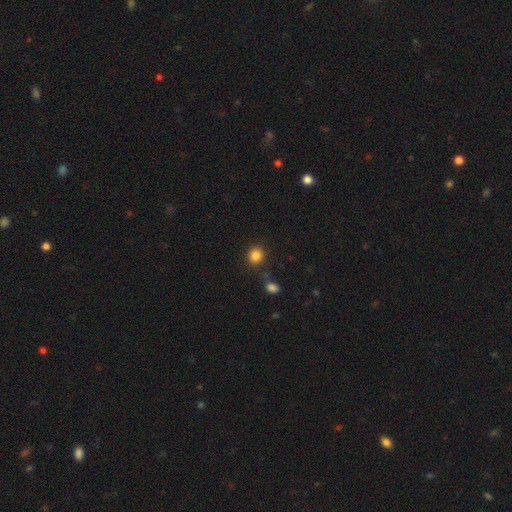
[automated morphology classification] A smooth galaxy with no disk features (84%) that is round (85%). Merging: none (84%).